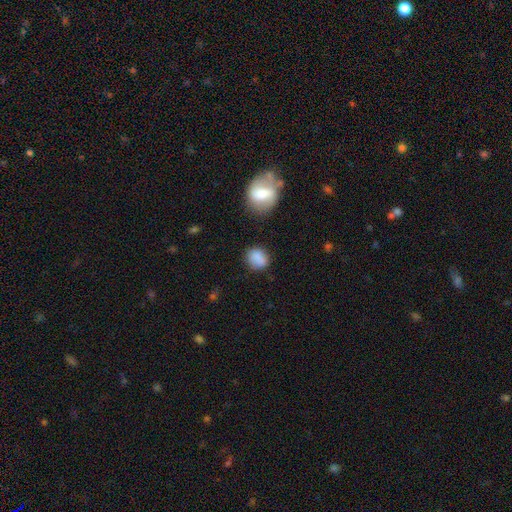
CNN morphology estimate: Q: Smooth or featured?
A: smooth (85%); runner-up: star or artifact (8%)
Q: How rounded?
A: round (59%); runner-up: in between (40%)
Q: Merging?
A: none (73%); runner-up: minor disturbance (18%)